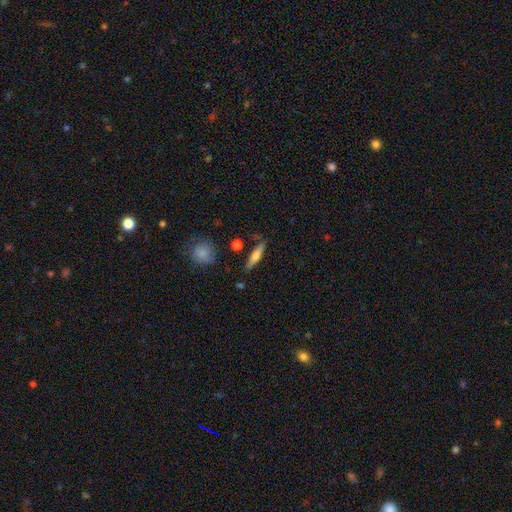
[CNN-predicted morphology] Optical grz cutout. It shows a smooth galaxy with no disk features (52%) that is cigar-shaped (81%). Merging: none (80%).